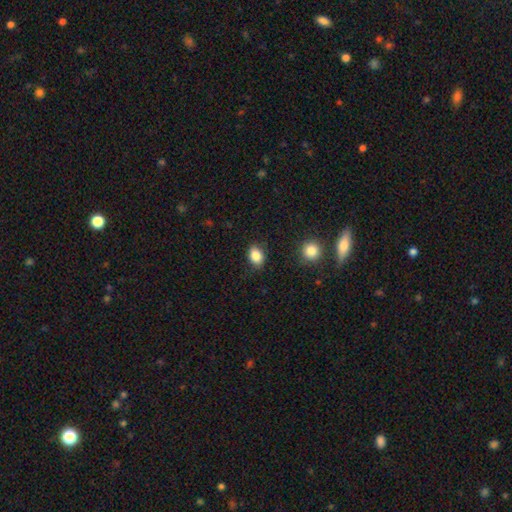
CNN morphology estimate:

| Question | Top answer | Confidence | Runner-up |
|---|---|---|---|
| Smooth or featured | smooth | 86% | star or artifact (9%) |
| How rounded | in between | 73% | round (26%) |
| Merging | none | 83% | minor disturbance (13%) |